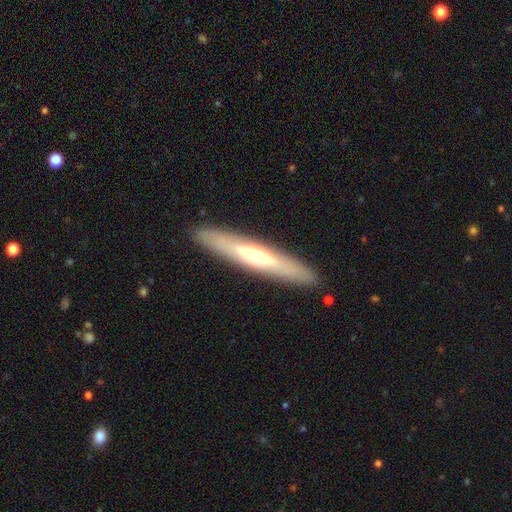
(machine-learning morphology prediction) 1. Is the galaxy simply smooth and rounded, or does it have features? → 58% featured or disk, 36% smooth, 6% star or artifact.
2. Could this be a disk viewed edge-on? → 82% yes, 18% no.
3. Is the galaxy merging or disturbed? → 90% none, 7% minor disturbance, 2% major disturbance, 1% merger.